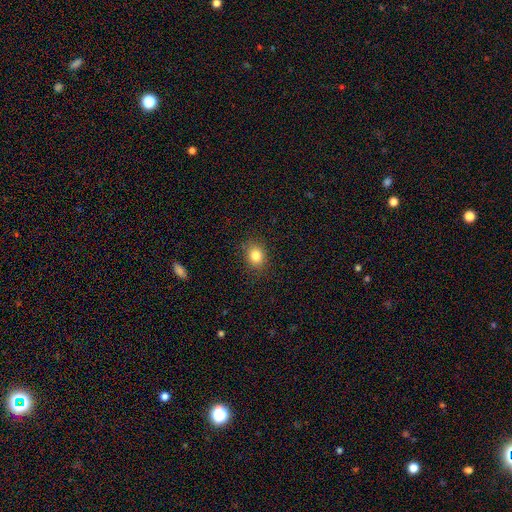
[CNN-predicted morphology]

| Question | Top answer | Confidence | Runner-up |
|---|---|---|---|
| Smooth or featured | smooth | 83% | star or artifact (11%) |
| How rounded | round | 61% | in between (38%) |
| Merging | none | 88% | minor disturbance (9%) |